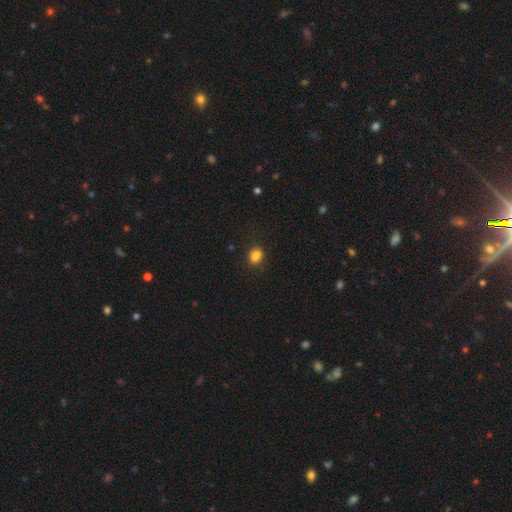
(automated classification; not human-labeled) This is clearly a smooth galaxy (85%). How rounded: possibly in between (59%). Merging: clearly none (81%).